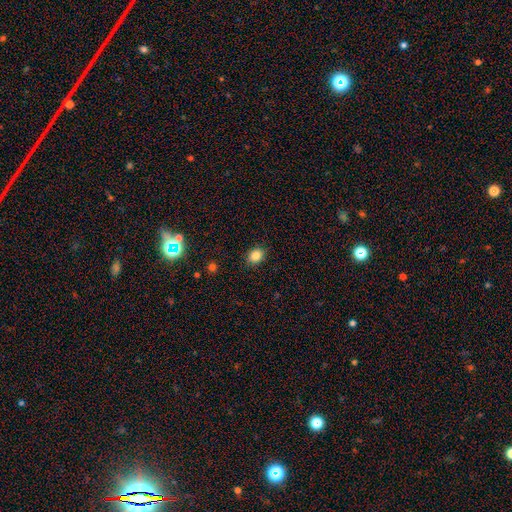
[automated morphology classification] This is clearly a smooth galaxy (84%). How rounded: possibly in between (51%). Merging: clearly none (87%).